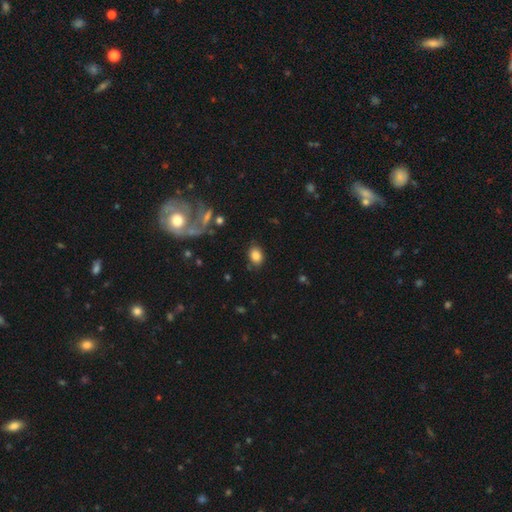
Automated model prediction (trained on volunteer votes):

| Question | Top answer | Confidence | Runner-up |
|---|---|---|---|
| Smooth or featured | smooth | 83% | star or artifact (10%) |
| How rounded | in between | 69% | round (29%) |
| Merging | none | 81% | minor disturbance (13%) |